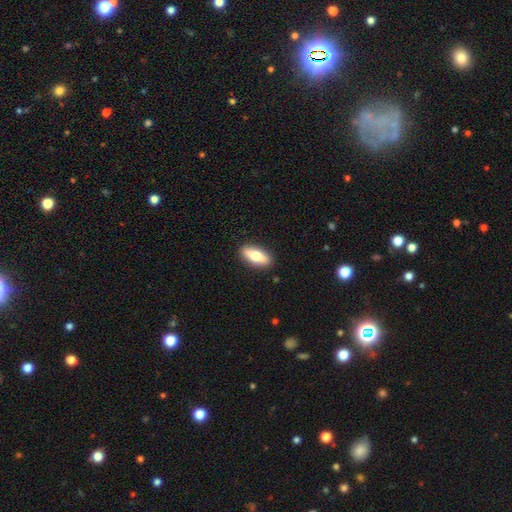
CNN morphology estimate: smooth-or-featured: smooth: 64% | featured or disk: 30% | star or artifact: 6%
  how-rounded: in between: 73% | cigar-shaped: 24% | round: 3%
  merging: none: 89% | minor disturbance: 8% | major disturbance: 2% | merger: 1%